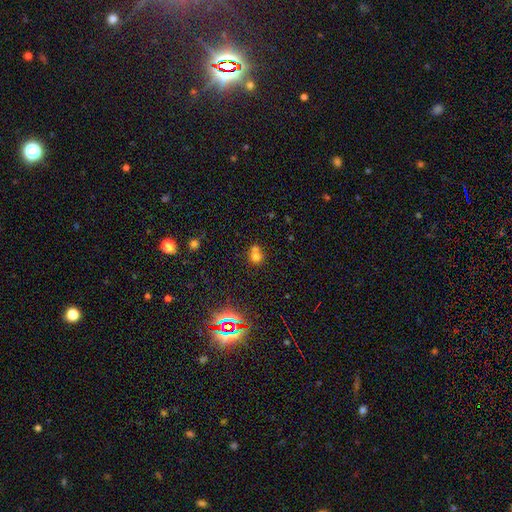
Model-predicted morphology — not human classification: smooth_or_featured: smooth (p=0.65) [alt: star or artifact p=0.21]
how_rounded: round (p=0.79) [alt: in between p=0.20]
merging: merger (p=0.51) [alt: none p=0.38]